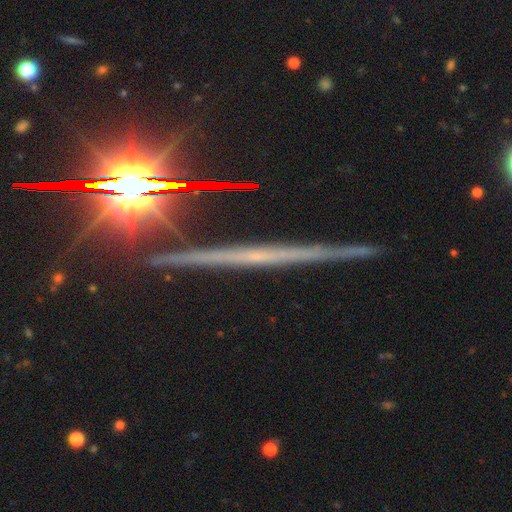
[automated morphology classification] Smooth or featured?
  - featured or disk: 66% *
  - star or artifact: 23%
  - smooth: 11%
Edge-on disk?
  - yes: 96% *
  - no: 4%
Edge-on bulge?
  - none: 67% *
  - rounded: 23%
  - boxy: 10%
Merging?
  - none: 88% *
  - minor disturbance: 8%
  - major disturbance: 2%
  - merger: 2%